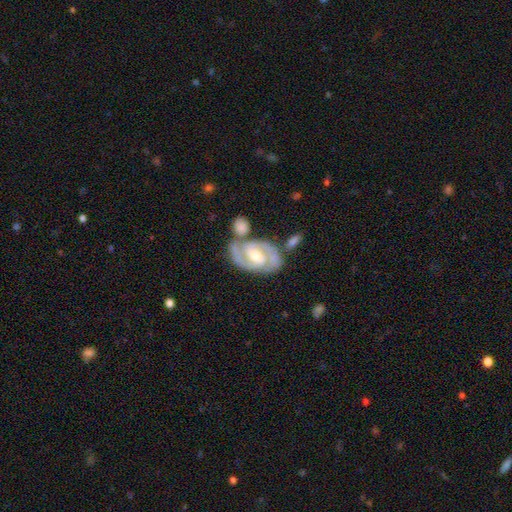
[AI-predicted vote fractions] Smooth or featured? Predicted: featured or disk (p=0.89). Edge-on disk? Predicted: no (p=0.97). Bar? Predicted: weak (p=0.46). Spiral arms? Predicted: yes (p=0.96). Spiral winding? Predicted: tight (p=0.51). Spiral arm count? Predicted: 2 (p=0.88). Bulge size? Predicted: moderate (p=0.66). Merging? Predicted: none (p=0.61).